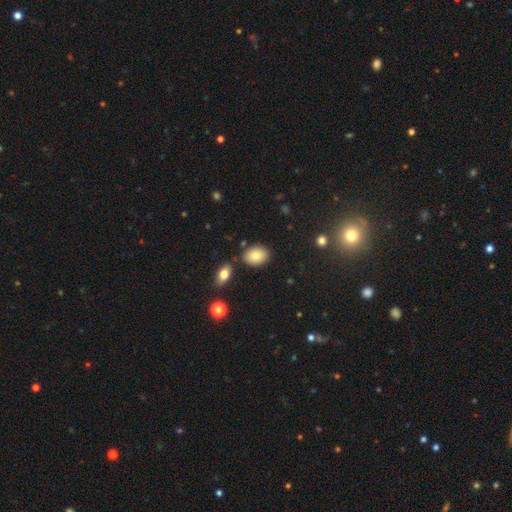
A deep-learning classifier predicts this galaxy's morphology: Smooth or featured? Predicted: smooth (p=0.81). How rounded? Predicted: in between (p=0.77). Merging? Predicted: none (p=0.82).